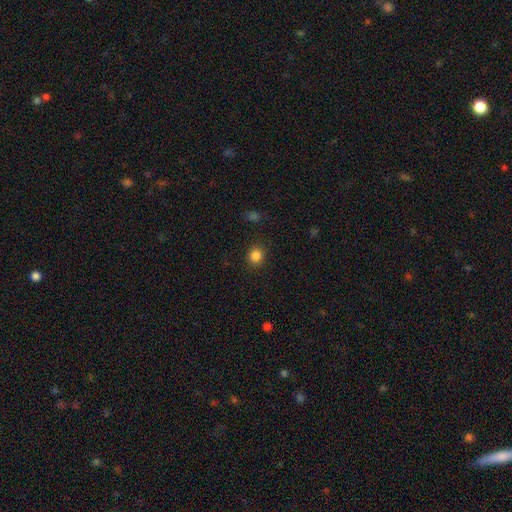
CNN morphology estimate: This appears to be a smooth galaxy with no disk features (85%) that is round (87%). Merging: none (89%).